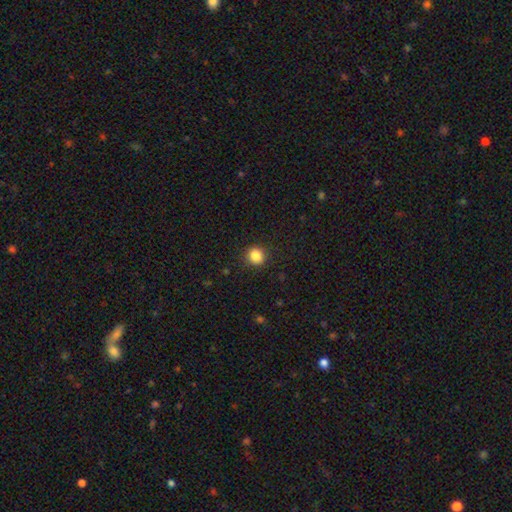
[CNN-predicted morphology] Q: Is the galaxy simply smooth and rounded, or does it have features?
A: smooth — 86%.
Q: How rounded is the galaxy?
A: round — 88%.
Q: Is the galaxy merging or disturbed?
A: none — 89%.